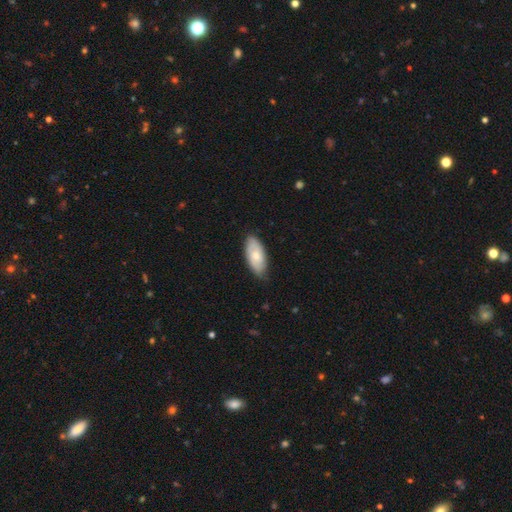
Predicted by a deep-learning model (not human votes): This is possibly a smooth galaxy (59%). How rounded: clearly in between (91%). Merging: likely none (75%).